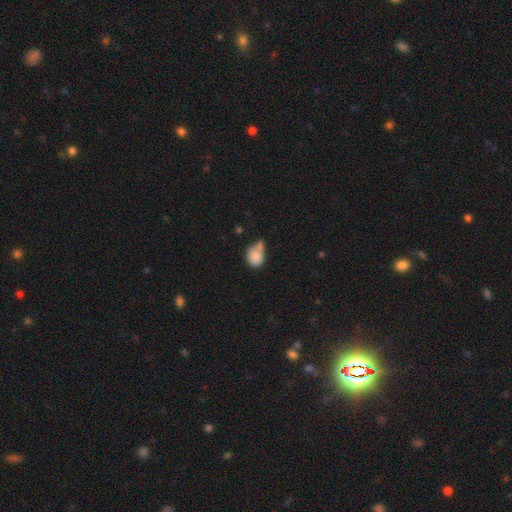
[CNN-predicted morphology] smooth 82%, featured or disk 10%, star or artifact 8%. Down the decision tree: how rounded — in between (49%, tied with round); merging — merger (31%).